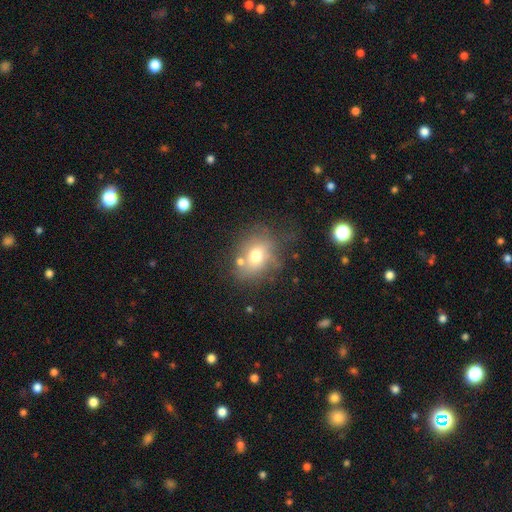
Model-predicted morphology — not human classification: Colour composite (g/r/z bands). It shows a smooth galaxy with no disk features (67%) that is in between round and cigar-shaped (53%). Merging: none (56%).